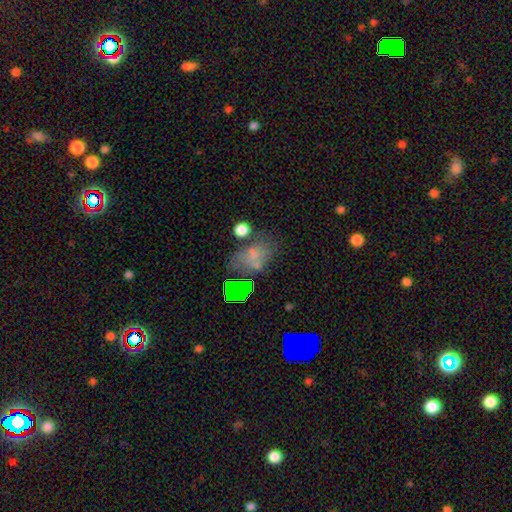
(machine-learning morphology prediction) A smooth galaxy with no disk features (54%) that is in between round and cigar-shaped (69%). Merging: none (45%).